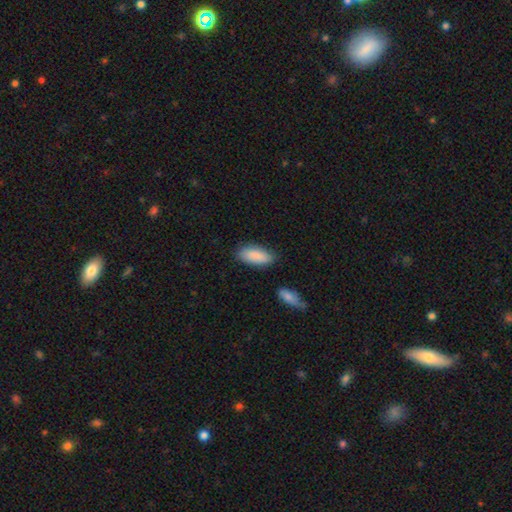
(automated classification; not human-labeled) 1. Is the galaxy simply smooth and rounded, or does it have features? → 89% smooth, 6% star or artifact, 6% featured or disk.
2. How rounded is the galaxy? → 84% in between, 14% cigar-shaped, 2% round.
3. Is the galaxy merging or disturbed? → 79% none, 14% minor disturbance, 4% merger, 3% major disturbance.